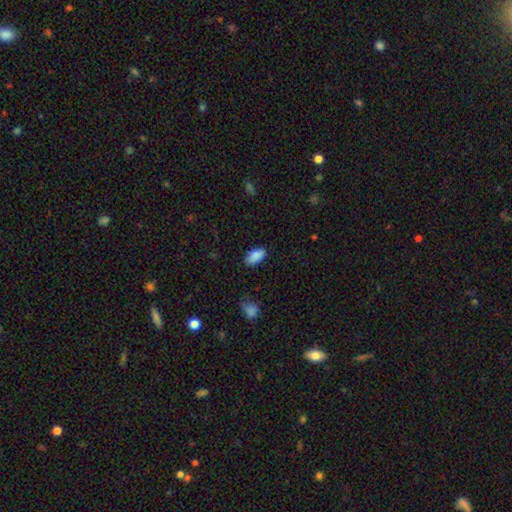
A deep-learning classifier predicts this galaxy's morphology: A smooth galaxy with no disk features (88%) that is in between round and cigar-shaped (91%). Merging: none (82%).